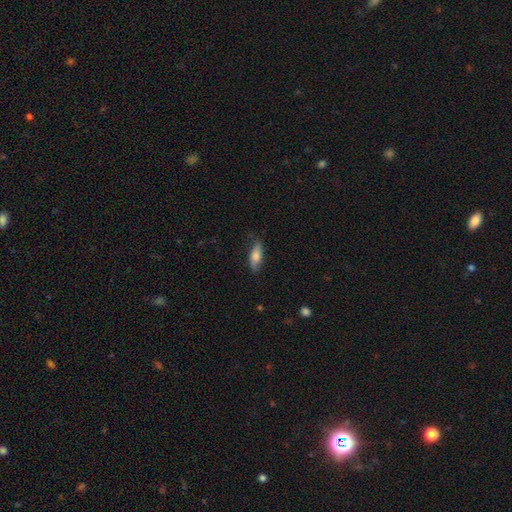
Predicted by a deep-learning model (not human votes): smooth_or_featured: smooth (p=0.74) [alt: featured or disk p=0.20]
how_rounded: in between (p=0.61) [alt: cigar-shaped p=0.37]
merging: none (p=0.76) [alt: minor disturbance p=0.19]